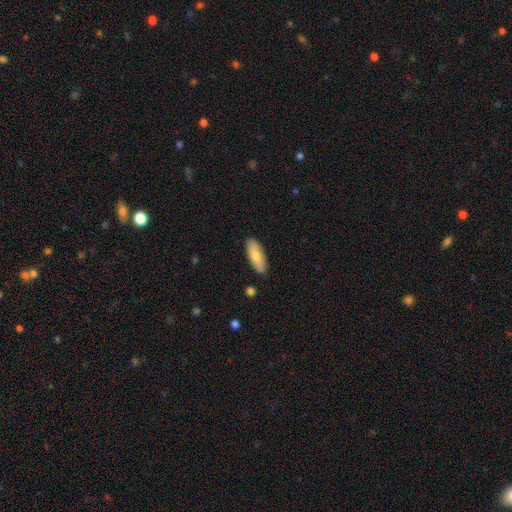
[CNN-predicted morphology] This is likely a smooth galaxy (78%). How rounded: likely in between (72%). Merging: clearly none (87%).